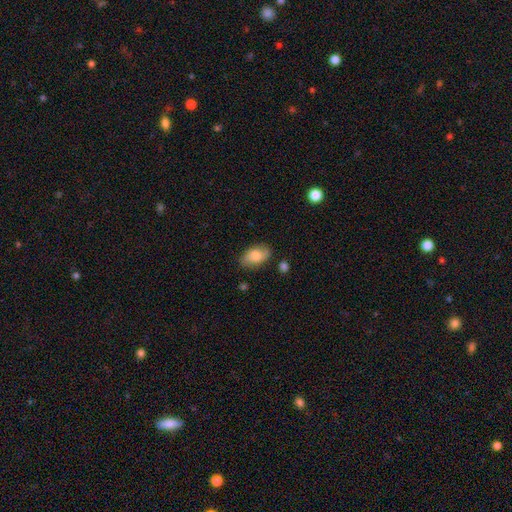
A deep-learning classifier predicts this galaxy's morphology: smooth_or_featured: smooth (p=0.75) [alt: featured or disk p=0.17]
how_rounded: in between (p=0.92) [alt: round p=0.06]
merging: none (p=0.76) [alt: minor disturbance p=0.18]